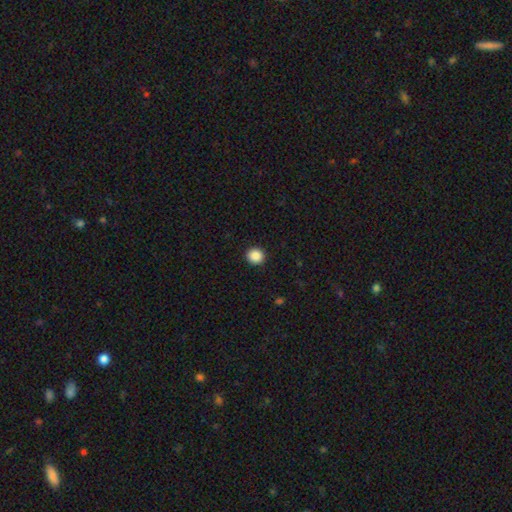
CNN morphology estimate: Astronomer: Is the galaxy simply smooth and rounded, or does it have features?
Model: smooth — 88%.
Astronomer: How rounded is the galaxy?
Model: round — 92%.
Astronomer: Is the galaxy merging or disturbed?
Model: none — 93%.